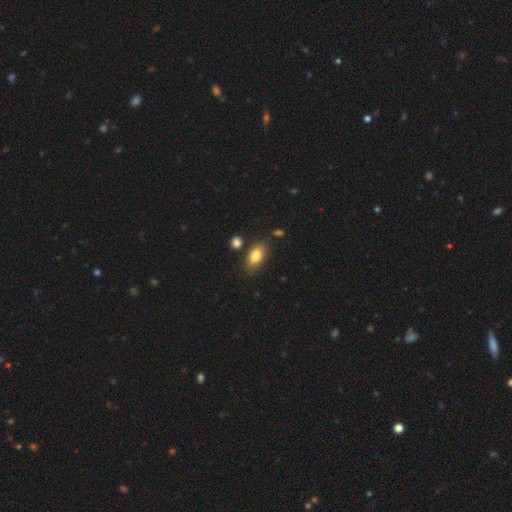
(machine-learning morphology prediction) The model was most divided on "merging": none: 80%, minor disturbance: 12%, merger: 5%, major disturbance: 3%. More confident: how rounded — in between (89%); smooth or featured — smooth (82%).